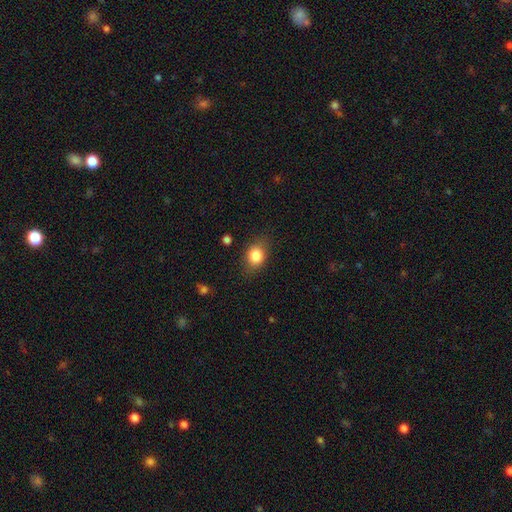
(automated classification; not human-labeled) Smooth or featured: smooth — 83% (star or artifact — 9%)
How rounded: in between — 58% (round — 40%)
Merging: none — 80% (minor disturbance — 14%)